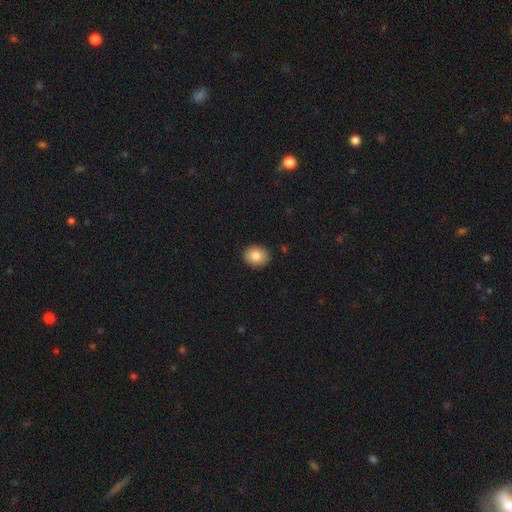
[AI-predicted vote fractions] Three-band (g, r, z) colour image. It shows a smooth galaxy with no disk features (83%) that is round (64%). Merging: none (90%).